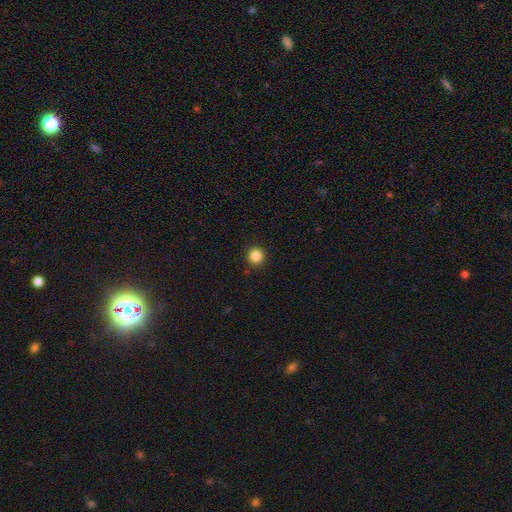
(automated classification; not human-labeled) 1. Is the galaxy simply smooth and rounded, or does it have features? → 86% smooth, 11% star or artifact, 3% featured or disk.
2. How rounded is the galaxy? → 95% round, 4% in between, 1% cigar-shaped.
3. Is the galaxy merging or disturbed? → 91% none, 6% minor disturbance, 2% major disturbance, 1% merger.